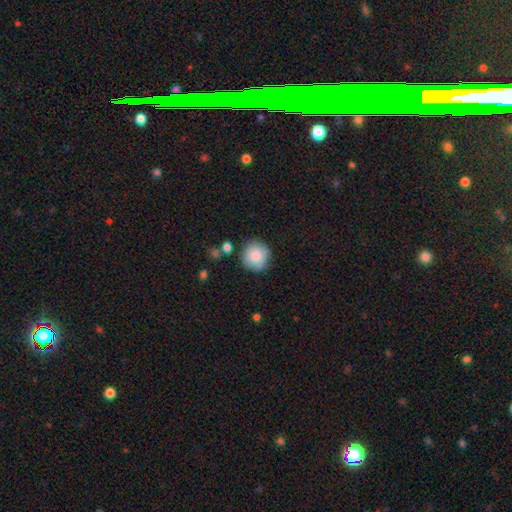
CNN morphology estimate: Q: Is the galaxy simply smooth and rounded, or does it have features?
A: smooth — 84%.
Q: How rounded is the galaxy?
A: round — 92%.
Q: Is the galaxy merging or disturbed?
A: none — 80%.